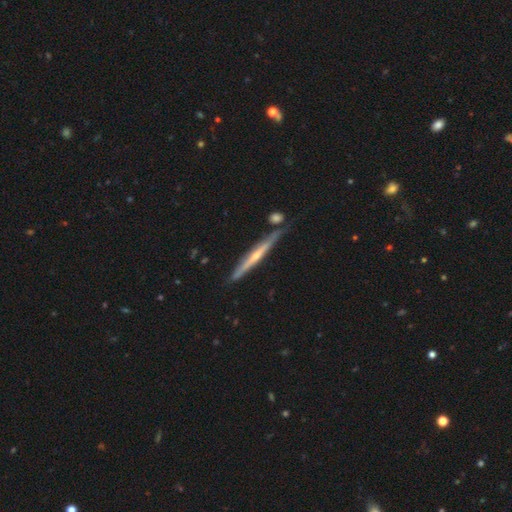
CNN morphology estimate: Smooth or featured? Predicted: featured or disk (p=0.69). Edge-on disk? Predicted: yes (p=0.96). Edge-on bulge? Predicted: rounded (p=0.55). Merging? Predicted: none (p=0.78).